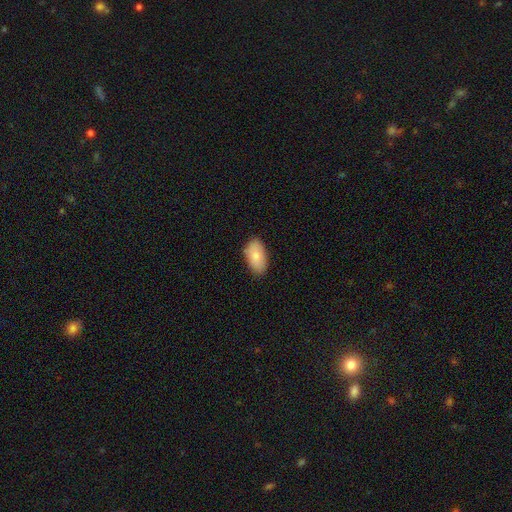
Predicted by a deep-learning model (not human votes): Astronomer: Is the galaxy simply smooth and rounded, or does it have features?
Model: smooth — 83%.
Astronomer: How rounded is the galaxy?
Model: in between — 94%.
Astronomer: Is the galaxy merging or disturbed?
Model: none — 82%.